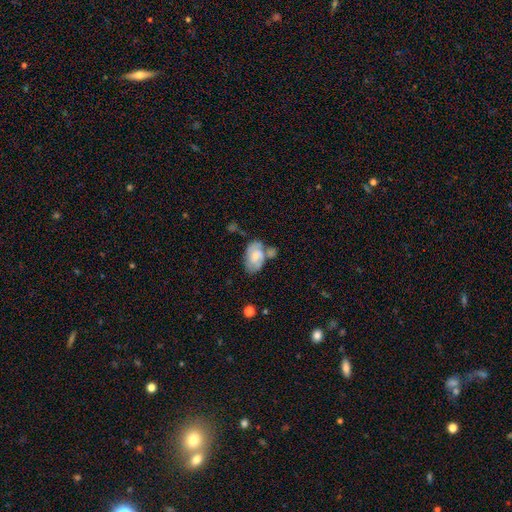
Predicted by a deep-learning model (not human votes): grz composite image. It shows a featured or disk galaxy (47%). Merging: none (38%).